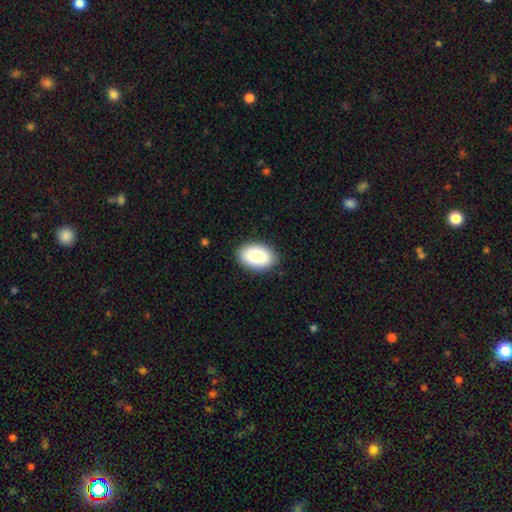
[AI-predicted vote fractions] Morphology: type=smooth (86%); roundness=in between (91%); merging=none (89%).